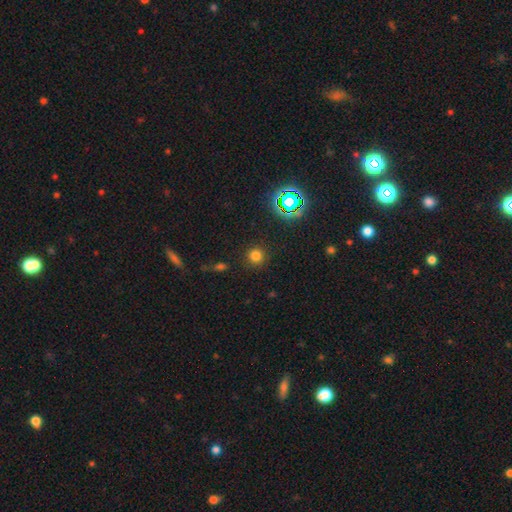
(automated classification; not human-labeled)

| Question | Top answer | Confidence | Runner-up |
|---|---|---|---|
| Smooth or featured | smooth | 74% | star or artifact (20%) |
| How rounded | round | 93% | in between (6%) |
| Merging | none | 88% | minor disturbance (7%) |